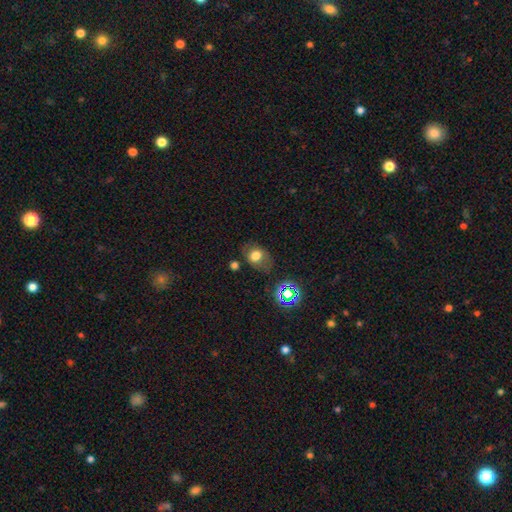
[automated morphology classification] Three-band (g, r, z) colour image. It shows a smooth galaxy with no disk features (68%) that is in between round and cigar-shaped (62%). Merging: none (63%).